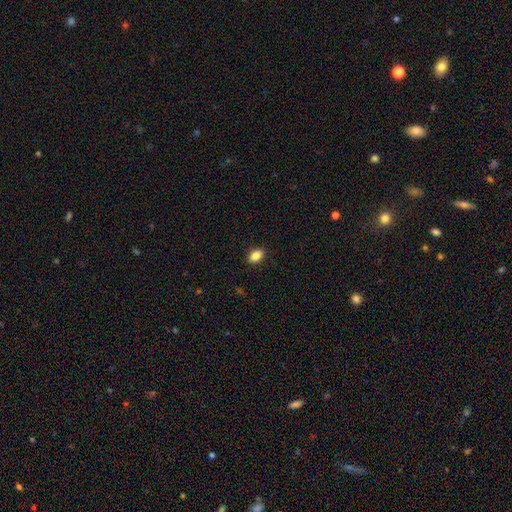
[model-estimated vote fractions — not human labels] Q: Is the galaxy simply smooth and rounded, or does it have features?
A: smooth — 86%.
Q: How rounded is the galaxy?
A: in between — 83%.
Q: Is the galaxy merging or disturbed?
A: none — 89%.